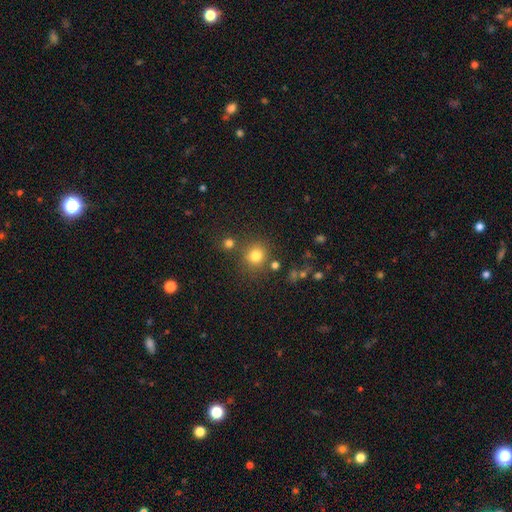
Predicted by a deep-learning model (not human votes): Smooth or featured: smooth — 77% (star or artifact — 15%)
How rounded: round — 89% (in between — 11%)
Merging: none — 76% (merger — 10%)